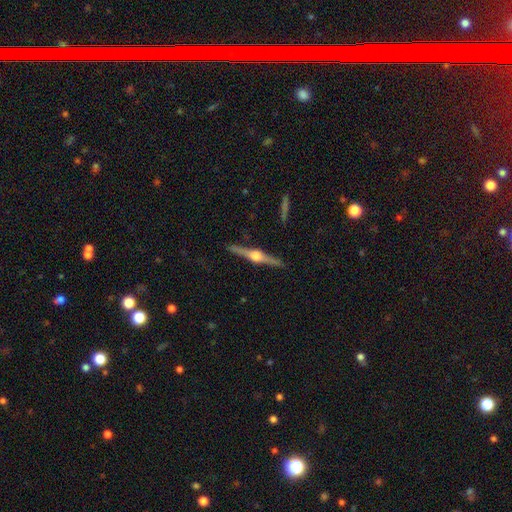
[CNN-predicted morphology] Q: Smooth or featured?
A: featured or disk (86%); runner-up: smooth (9%)
Q: Edge-on disk?
A: yes (98%); runner-up: no (2%)
Q: Edge-on bulge?
A: rounded (94%); runner-up: boxy (5%)
Q: Merging?
A: none (91%); runner-up: minor disturbance (6%)